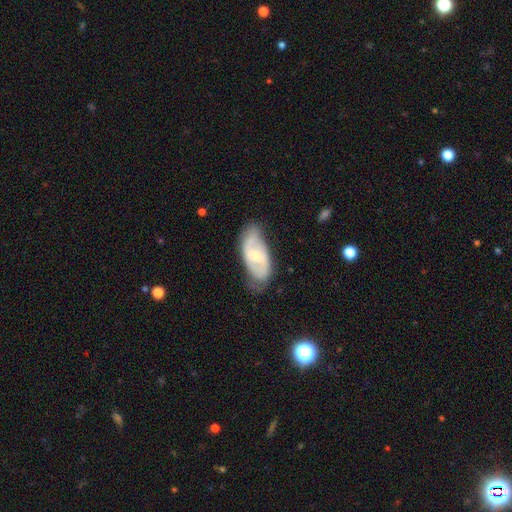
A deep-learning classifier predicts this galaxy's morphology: smooth_or_featured: featured or disk (p=0.65) [alt: smooth p=0.29]
disk_edge_on: no (p=0.92) [alt: yes p=0.08]
bar: weak (p=0.44) [alt: no p=0.40]
has_spiral_arms: yes (p=0.78) [alt: no p=0.22]
bulge_size: small (p=0.55) [alt: moderate p=0.40]
merging: none (p=0.63) [alt: minor disturbance p=0.27]